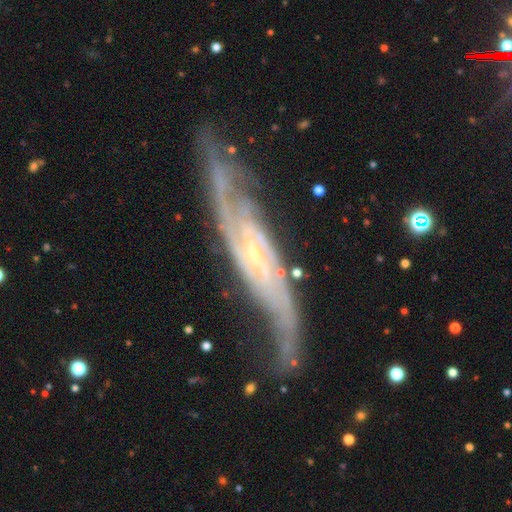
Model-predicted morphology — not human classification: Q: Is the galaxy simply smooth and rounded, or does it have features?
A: featured or disk — 90%.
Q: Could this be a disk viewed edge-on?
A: no — 78%.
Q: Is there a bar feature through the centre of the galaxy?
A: weak — 43%.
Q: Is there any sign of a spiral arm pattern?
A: yes — 98%.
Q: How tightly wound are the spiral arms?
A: medium — 49%.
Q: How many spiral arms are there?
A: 2 — 77%.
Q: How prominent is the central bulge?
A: small — 76%.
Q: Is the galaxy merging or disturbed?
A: none — 72%.